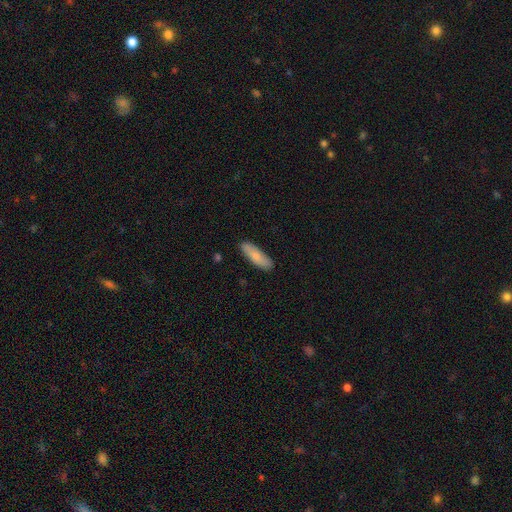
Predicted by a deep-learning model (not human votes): Smooth or featured? smooth (81%)
How rounded? cigar-shaped (51%)
Merging? none (87%)